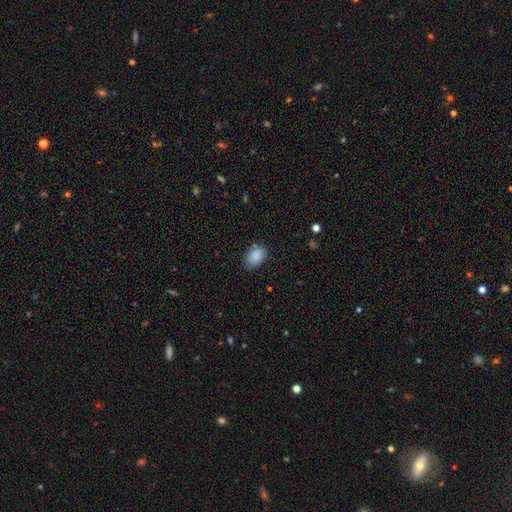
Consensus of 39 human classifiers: smooth_or_featured: smooth (p=0.95) [alt: featured or disk p=0.03]
how_rounded: in between (p=0.86) [alt: round p=0.14]
merging: none (p=0.66) [alt: minor disturbance p=0.26]